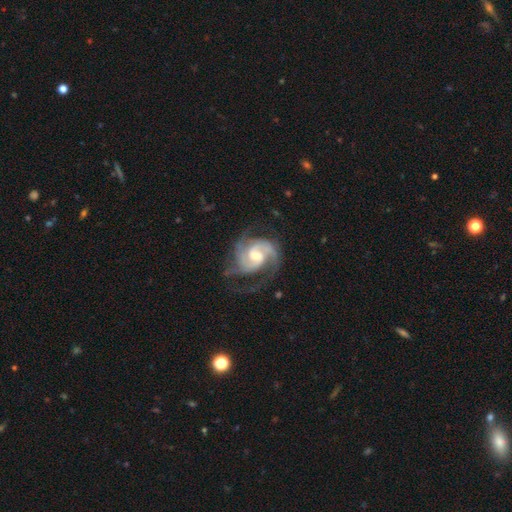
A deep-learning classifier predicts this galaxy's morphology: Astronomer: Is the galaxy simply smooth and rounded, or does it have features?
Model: featured or disk — 91%.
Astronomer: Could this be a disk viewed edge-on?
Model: no — 98%.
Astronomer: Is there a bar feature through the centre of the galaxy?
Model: no — 47% (runner-up: weak, 43%).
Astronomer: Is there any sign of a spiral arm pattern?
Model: yes — 98%.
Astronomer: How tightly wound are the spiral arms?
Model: medium — 46% (runner-up: tight, 42%).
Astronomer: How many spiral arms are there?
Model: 2 — 46% (runner-up: 3, 33%).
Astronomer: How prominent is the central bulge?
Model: moderate — 61%.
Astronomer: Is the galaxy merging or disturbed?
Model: none — 63%.